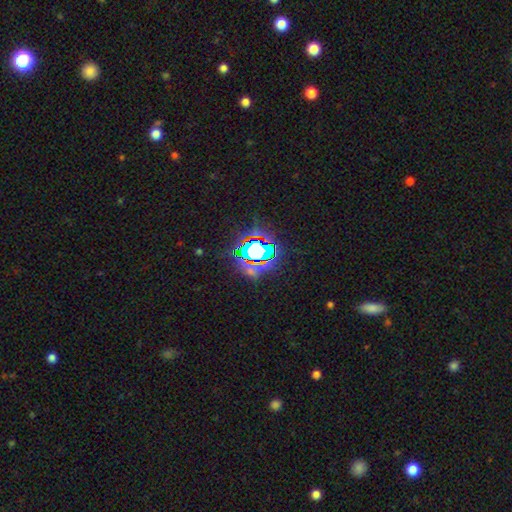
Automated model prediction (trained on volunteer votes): This appears to be a star or artifact, not a galaxy (75%).